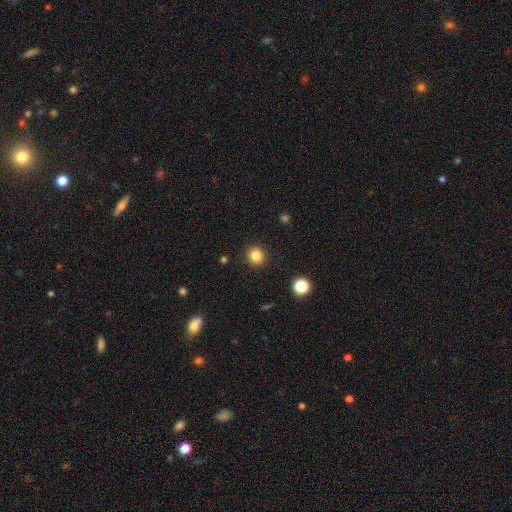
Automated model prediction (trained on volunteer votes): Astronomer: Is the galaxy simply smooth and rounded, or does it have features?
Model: smooth — 84%.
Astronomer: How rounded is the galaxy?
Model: round — 92%.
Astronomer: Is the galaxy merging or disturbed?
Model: none — 91%.